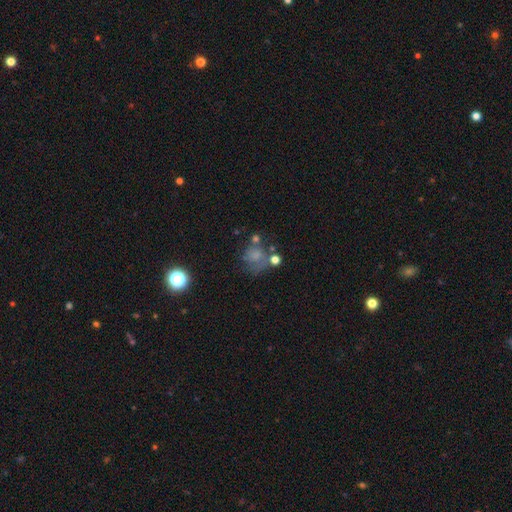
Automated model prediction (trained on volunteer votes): The model was most divided on "merging": none: 34%, major disturbance: 29%, minor disturbance: 22%, merger: 15%. More confident: how rounded — round (70%); smooth or featured — smooth (55%).